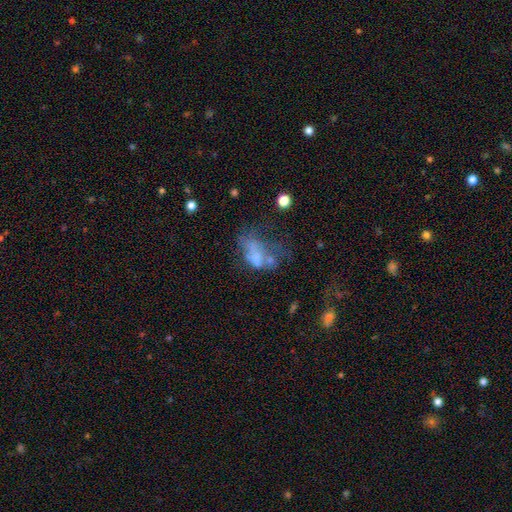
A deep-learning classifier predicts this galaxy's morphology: Smooth or featured: featured or disk — 42% (smooth — 41%)
Merging: major disturbance — 39% (merger — 25%)